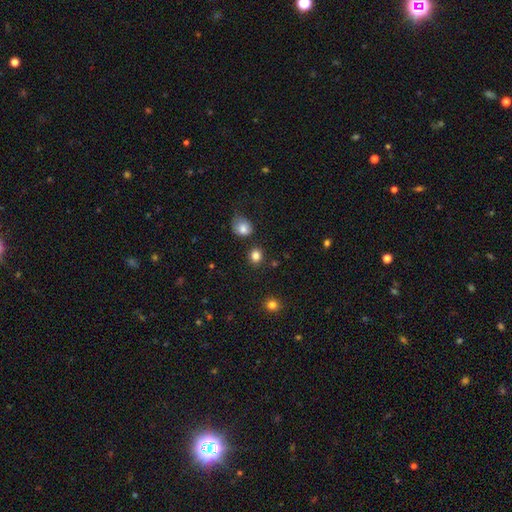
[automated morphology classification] This appears to be a smooth galaxy with no disk features (84%) that is round (76%). Merging: none (83%).